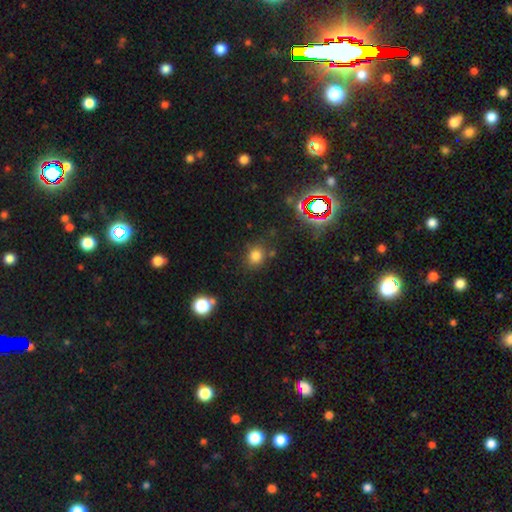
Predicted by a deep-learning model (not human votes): Smooth or featured?
  - smooth: 76% *
  - star or artifact: 17%
  - featured or disk: 6%
How rounded?
  - round: 74% *
  - in between: 25%
  - cigar-shaped: 1%
Merging?
  - none: 77% *
  - minor disturbance: 13%
  - merger: 6%
  - major disturbance: 4%